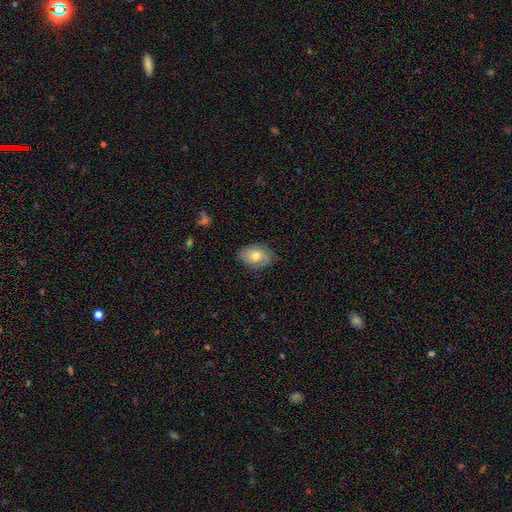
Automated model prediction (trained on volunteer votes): A smooth galaxy with no disk features (69%) that is in between round and cigar-shaped (82%).

Vote fractions:
- Smooth or featured? smooth: 69% / featured or disk: 24% / star or artifact: 7%
- How rounded? in between: 82% / round: 17% / cigar-shaped: 1%
- Merging? none: 73% / minor disturbance: 22% / major disturbance: 4% / merger: 1%